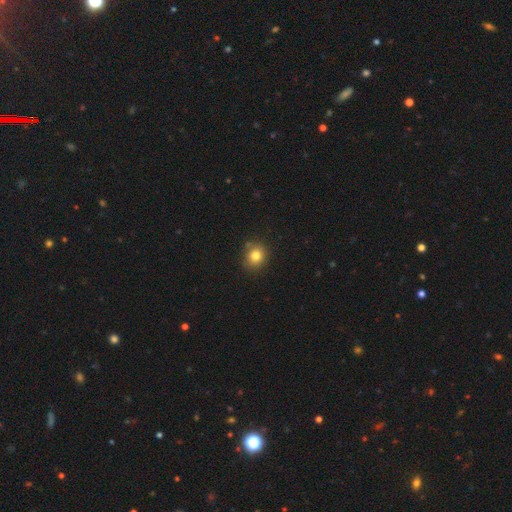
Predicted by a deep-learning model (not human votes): Q: Smooth or featured?
A: smooth (81%); runner-up: star or artifact (12%)
Q: How rounded?
A: round (76%); runner-up: in between (23%)
Q: Merging?
A: none (79%); runner-up: minor disturbance (15%)